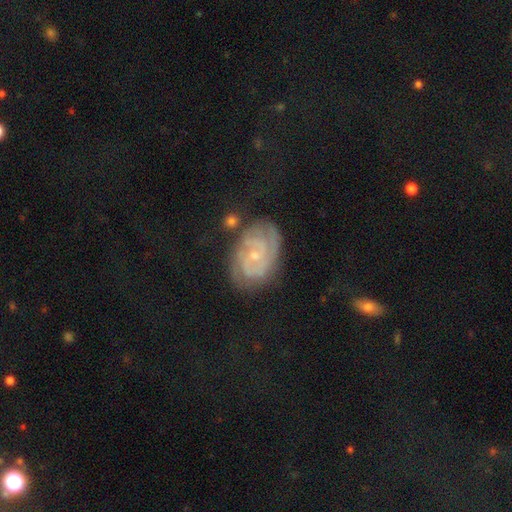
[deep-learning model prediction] This is clearly a featured or disk galaxy (83%). It is clearly not viewed edge-on (97%). Bar: likely no (63%). Spiral arm pattern: clearly yes (96%). Spiral arm count: possibly 2 (51%). Spiral winding: likely tight (71%). Central bulge: likely small (76%). Merging: likely none (72%).